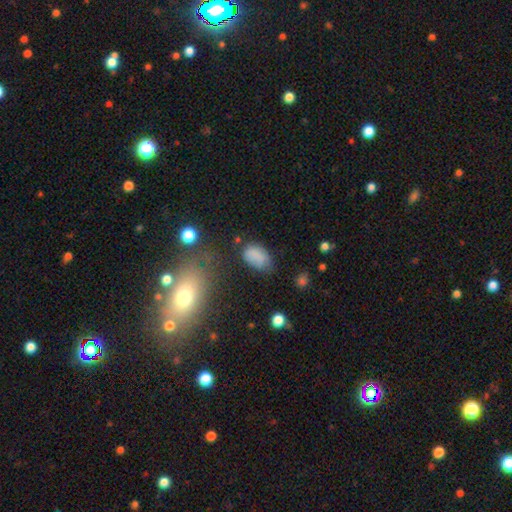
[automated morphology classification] A smooth galaxy with no disk features (77%) that is in between round and cigar-shaped (90%). Merging: none (57%).